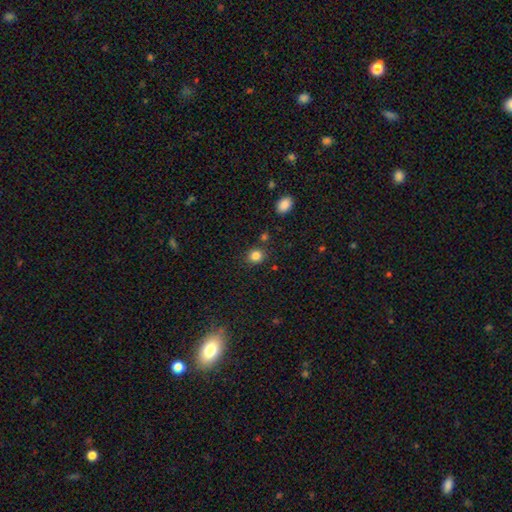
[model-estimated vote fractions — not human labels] This appears to be a smooth galaxy with no disk features (84%) that is round (80%). Merging: none (83%).